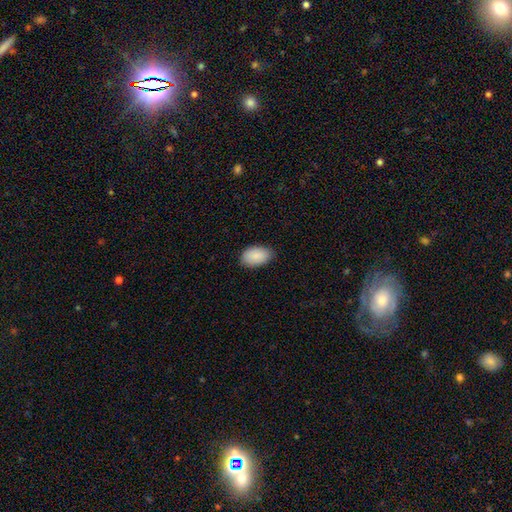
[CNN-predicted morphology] smooth_or_featured: smooth (p=0.90) [alt: star or artifact p=0.06]
how_rounded: in between (p=0.94) [alt: round p=0.05]
merging: none (p=0.79) [alt: minor disturbance p=0.17]